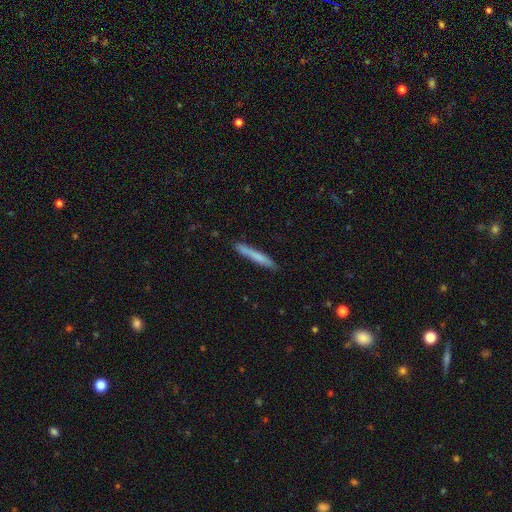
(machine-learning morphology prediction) Q: Smooth or featured?
A: smooth (72%); runner-up: featured or disk (23%)
Q: How rounded?
A: cigar-shaped (96%); runner-up: in between (3%)
Q: Merging?
A: none (87%); runner-up: minor disturbance (10%)